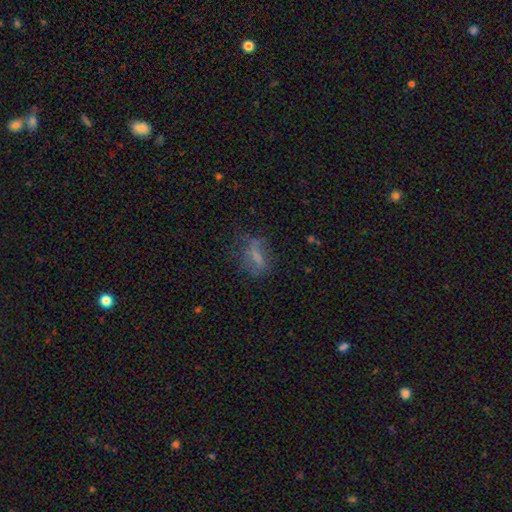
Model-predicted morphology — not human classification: Q: Smooth or featured?
A: smooth (52%); runner-up: featured or disk (33%)
Q: How rounded?
A: in between (63%); runner-up: cigar-shaped (26%)
Q: Merging?
A: none (50%); runner-up: minor disturbance (23%)